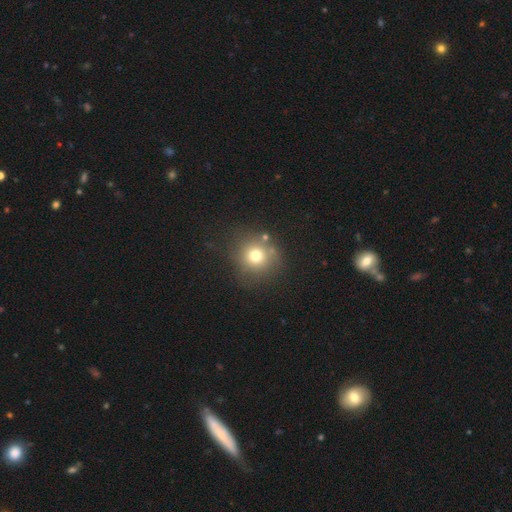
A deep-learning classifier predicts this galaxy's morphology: Smooth or featured: smooth — 72% (star or artifact — 15%)
How rounded: round — 91% (in between — 8%)
Merging: none — 75% (minor disturbance — 12%)